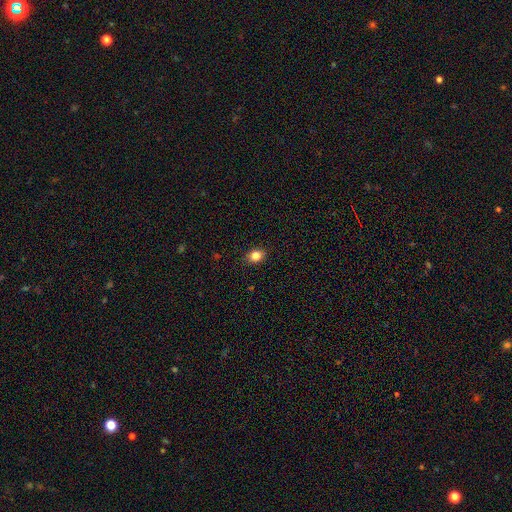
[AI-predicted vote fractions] A smooth galaxy with no disk features (83%) that is in between round and cigar-shaped (54%).

Vote fractions:
- Smooth or featured? smooth: 83% / star or artifact: 11% / featured or disk: 6%
- How rounded? in between: 54% / round: 45% / cigar-shaped: 1%
- Merging? none: 86% / minor disturbance: 10% / major disturbance: 2% / merger: 1%